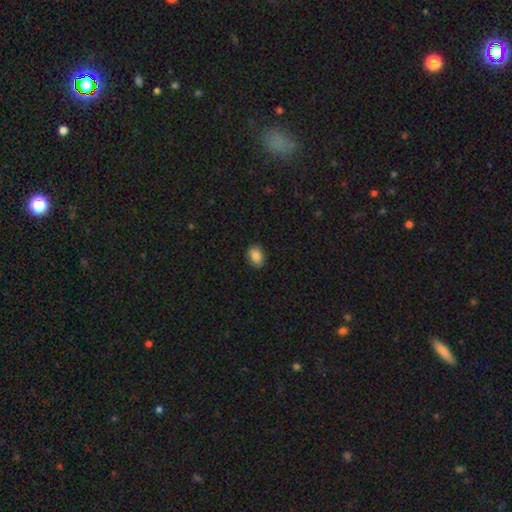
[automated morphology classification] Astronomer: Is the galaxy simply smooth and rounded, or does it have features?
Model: smooth — 86%.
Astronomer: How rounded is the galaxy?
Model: in between — 80%.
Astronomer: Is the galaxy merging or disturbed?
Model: none — 85%.